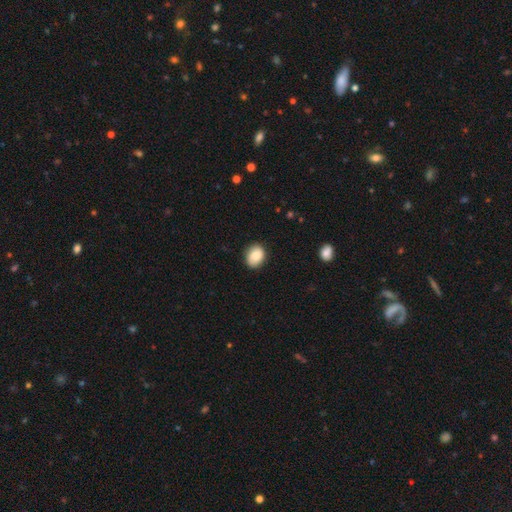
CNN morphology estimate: Q: Smooth or featured?
A: smooth (87%); runner-up: star or artifact (7%)
Q: How rounded?
A: in between (54%); runner-up: round (45%)
Q: Merging?
A: none (85%); runner-up: minor disturbance (12%)